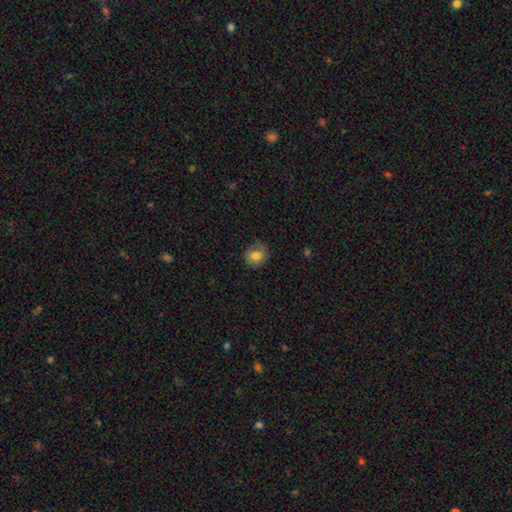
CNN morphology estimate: A smooth galaxy with no disk features (76%) that is round (77%).

Vote fractions:
- Smooth or featured? smooth: 76% / featured or disk: 14% / star or artifact: 9%
- How rounded? round: 77% / in between: 22% / cigar-shaped: 1%
- Merging? none: 77% / minor disturbance: 17% / major disturbance: 4% / merger: 1%